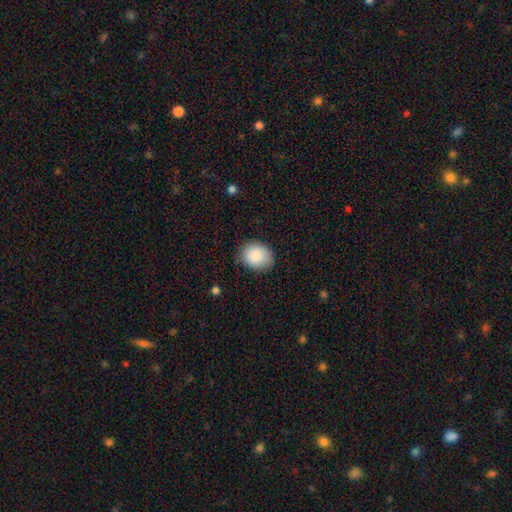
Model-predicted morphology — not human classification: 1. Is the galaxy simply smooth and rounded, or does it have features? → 87% smooth, 7% star or artifact, 6% featured or disk.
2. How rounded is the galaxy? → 53% round, 47% in between, 1% cigar-shaped.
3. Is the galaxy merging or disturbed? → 83% none, 13% minor disturbance, 3% major disturbance, 1% merger.